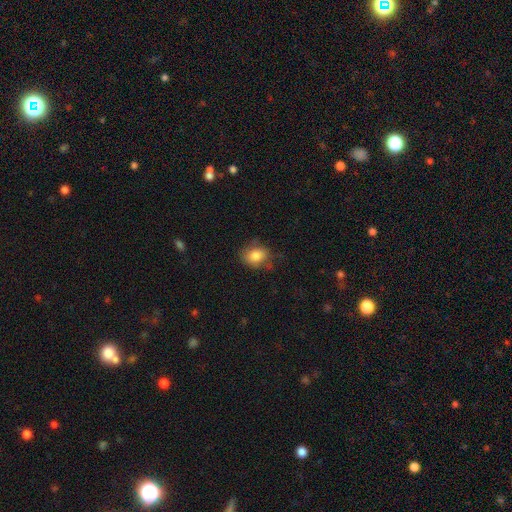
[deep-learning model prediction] Smooth or featured: smooth — 82% (featured or disk — 9%)
How rounded: in between — 58% (round — 41%)
Merging: none — 64% (minor disturbance — 26%)